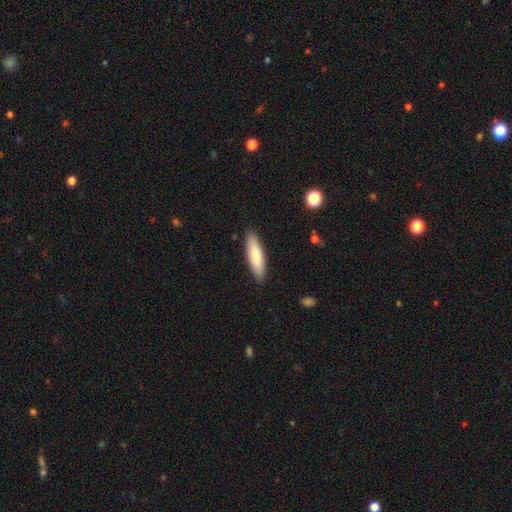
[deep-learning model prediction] Q: Smooth or featured?
A: smooth (77%); runner-up: featured or disk (17%)
Q: How rounded?
A: cigar-shaped (61%); runner-up: in between (38%)
Q: Merging?
A: none (89%); runner-up: minor disturbance (8%)